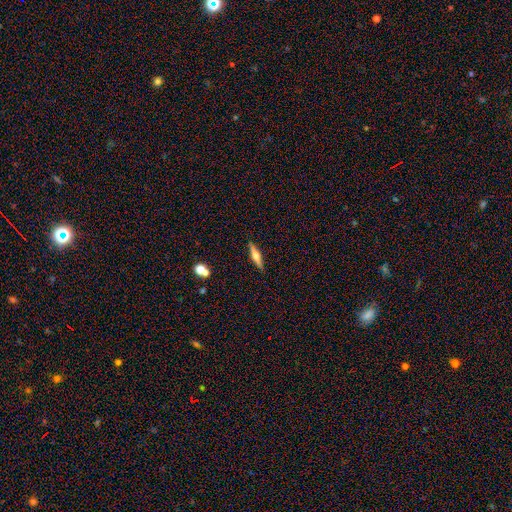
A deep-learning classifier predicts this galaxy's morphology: Smooth or featured? featured or disk (62%)
Edge-on disk? yes (96%)
Edge-on bulge? rounded (90%)
Merging? none (90%)